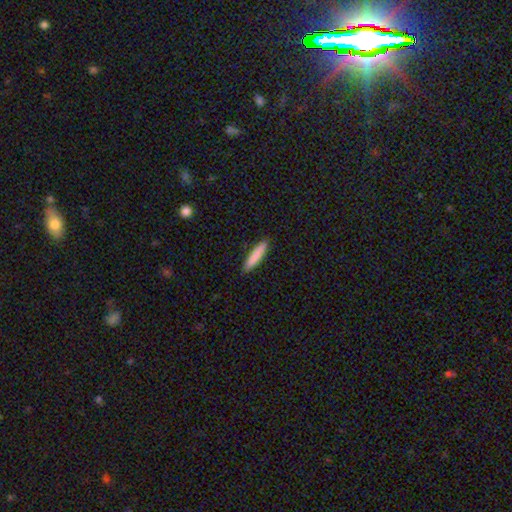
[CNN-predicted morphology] smooth-or-featured: smooth: 84% | featured or disk: 10% | star or artifact: 6%
  how-rounded: cigar-shaped: 87% | in between: 11% | round: 1%
  merging: none: 90% | minor disturbance: 7% | major disturbance: 2% | merger: 1%